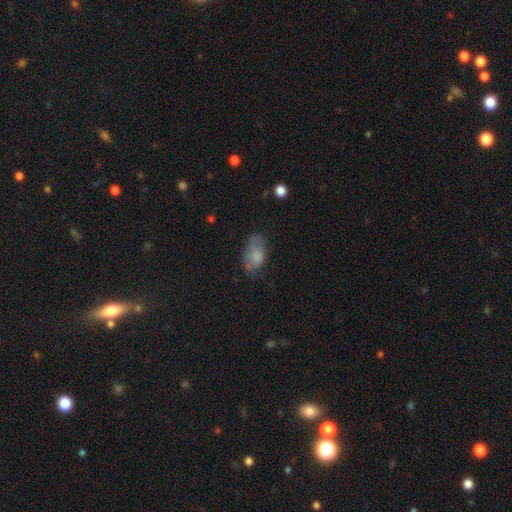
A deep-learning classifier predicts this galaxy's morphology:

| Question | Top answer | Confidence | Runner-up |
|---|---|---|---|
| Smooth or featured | smooth | 71% | featured or disk (21%) |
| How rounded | in between | 92% | round (6%) |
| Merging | none | 52% | minor disturbance (30%) |